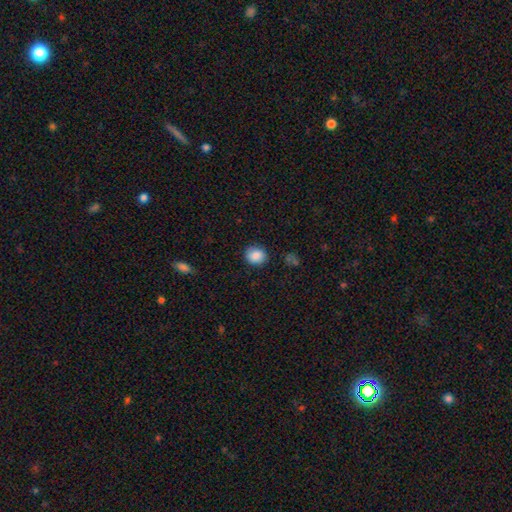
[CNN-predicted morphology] Smooth or featured? Predicted: smooth (p=0.87). How rounded? Predicted: round (p=0.71). Merging? Predicted: none (p=0.86).